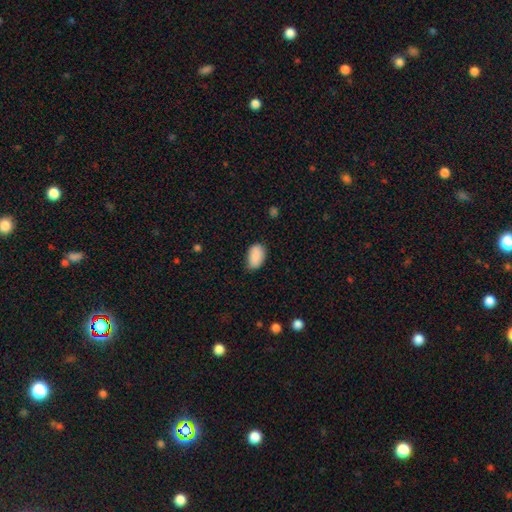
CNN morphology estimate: smooth_or_featured: smooth (p=0.89) [alt: star or artifact p=0.07]
how_rounded: in between (p=0.92) [alt: round p=0.07]
merging: none (p=0.72) [alt: minor disturbance p=0.23]